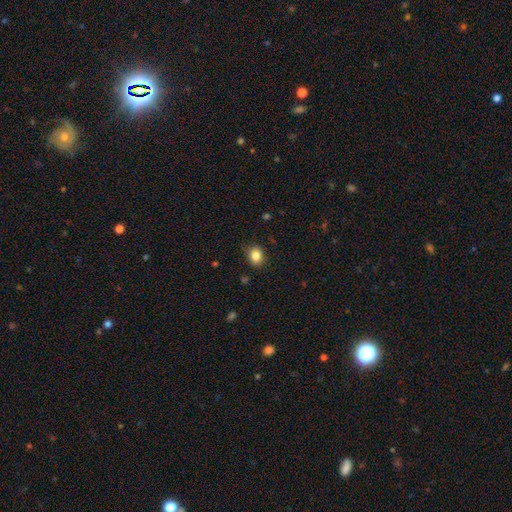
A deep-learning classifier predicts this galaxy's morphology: The model was most divided on "how rounded": round: 61%, in between: 38%, cigar-shaped: 1%. More confident: smooth or featured — smooth (85%); merging — none (83%).